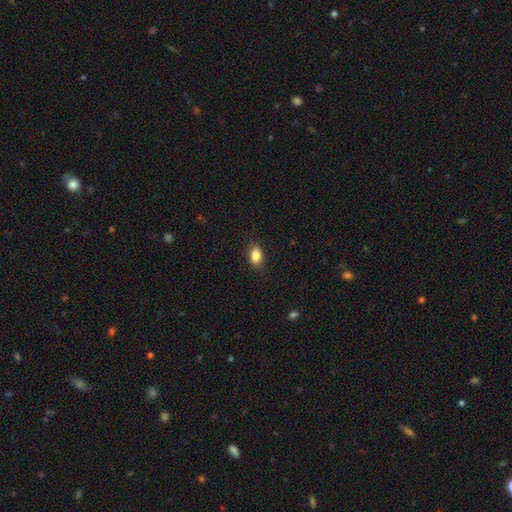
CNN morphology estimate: This is clearly a smooth galaxy (85%). How rounded: clearly in between (80%). Merging: clearly none (86%).